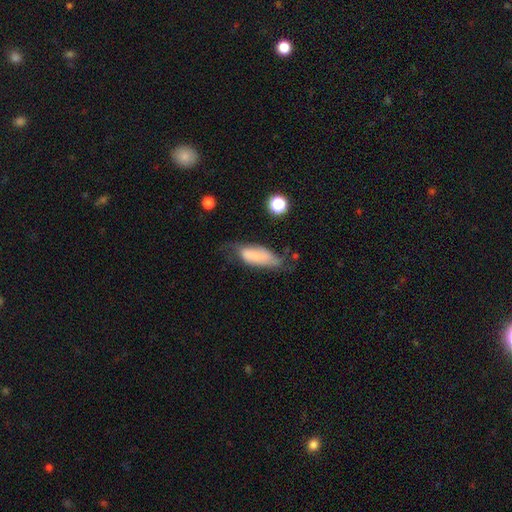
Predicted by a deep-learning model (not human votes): smooth_or_featured: smooth (p=0.66) [alt: featured or disk p=0.26]
how_rounded: in between (p=0.72) [alt: cigar-shaped p=0.25]
merging: none (p=0.43) [alt: minor disturbance p=0.35]